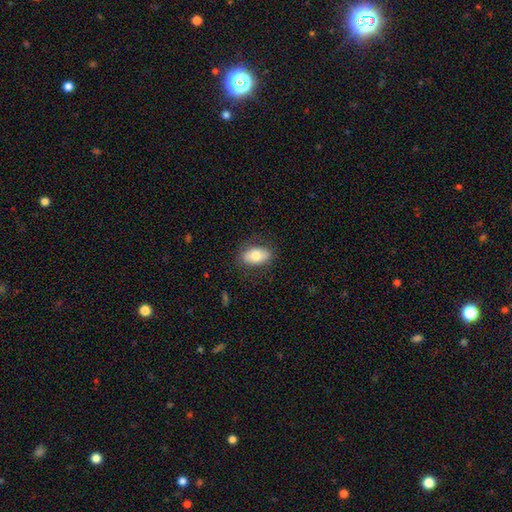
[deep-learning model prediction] A smooth galaxy with no disk features (74%) that is in between round and cigar-shaped (90%).

Vote fractions:
- Smooth or featured? smooth: 74% / featured or disk: 19% / star or artifact: 7%
- How rounded? in between: 90% / round: 8% / cigar-shaped: 2%
- Merging? none: 81% / minor disturbance: 14% / major disturbance: 4% / merger: 1%